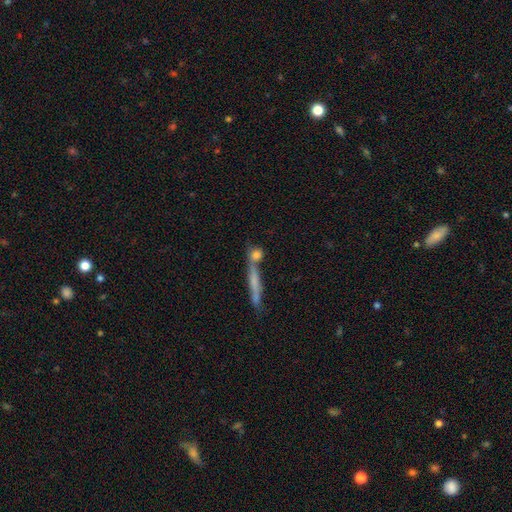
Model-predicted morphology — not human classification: type=smooth (64%); roundness=round (41%, tied with cigar-shaped); merging=none (50%).